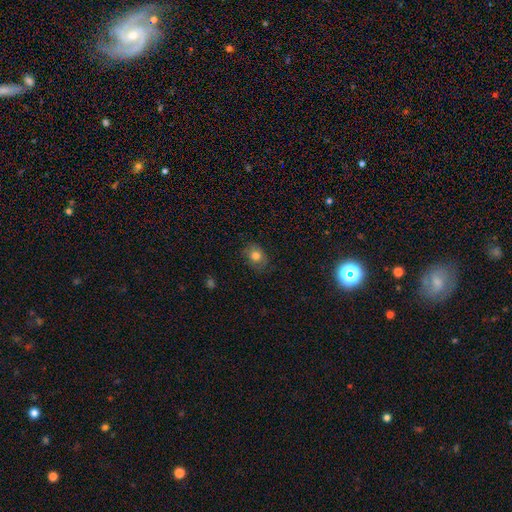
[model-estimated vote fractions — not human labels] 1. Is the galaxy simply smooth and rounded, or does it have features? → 79% smooth, 11% featured or disk, 10% star or artifact.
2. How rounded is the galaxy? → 51% in between, 48% round, 1% cigar-shaped.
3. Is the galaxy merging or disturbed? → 77% none, 18% minor disturbance, 4% major disturbance, 1% merger.